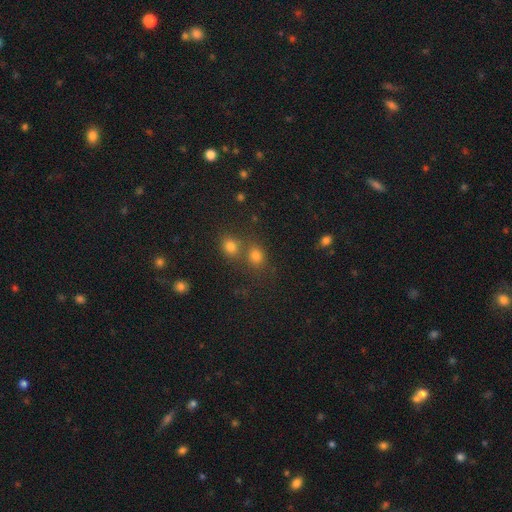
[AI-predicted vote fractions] Overall: smooth (76%). How rounded: round (67%; in between 32%). Merging: none (49%; merger 39%).